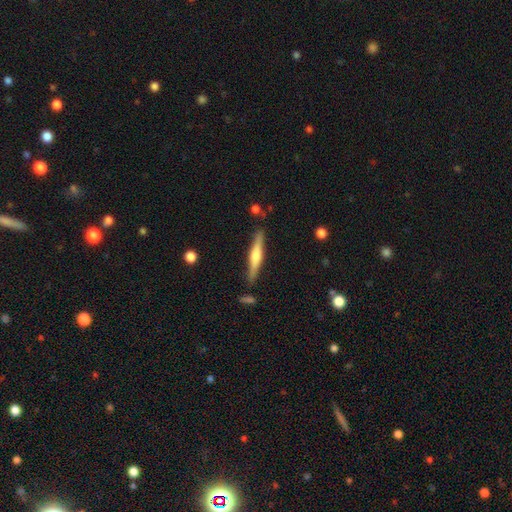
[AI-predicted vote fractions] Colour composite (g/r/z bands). It shows a featured or disk galaxy (63%) viewed edge-on (97%) with a rounded central bulge (77%). Merging: none (85%).